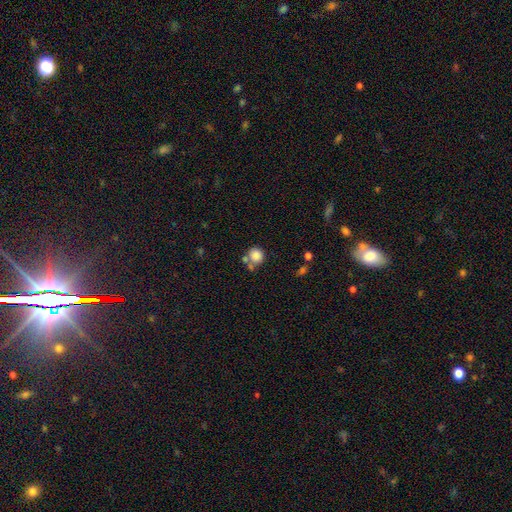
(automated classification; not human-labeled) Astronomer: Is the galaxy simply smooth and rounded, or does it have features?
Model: smooth — 83%.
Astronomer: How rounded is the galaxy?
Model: round — 86%.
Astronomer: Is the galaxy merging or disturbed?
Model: none — 54%.